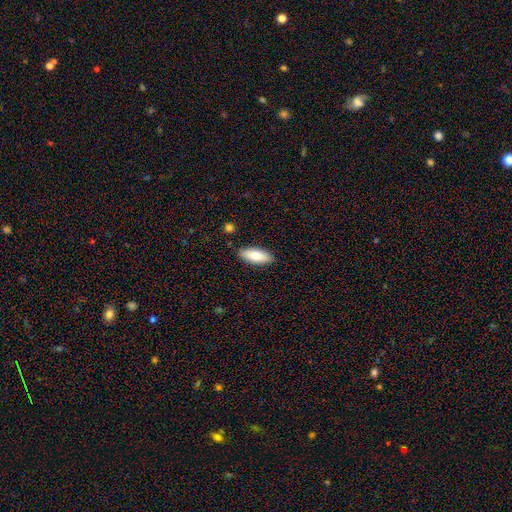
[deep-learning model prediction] smooth-or-featured: smooth: 76% | featured or disk: 18% | star or artifact: 6%
  how-rounded: in between: 76% | cigar-shaped: 22% | round: 2%
  merging: none: 88% | minor disturbance: 9% | major disturbance: 2% | merger: 2%